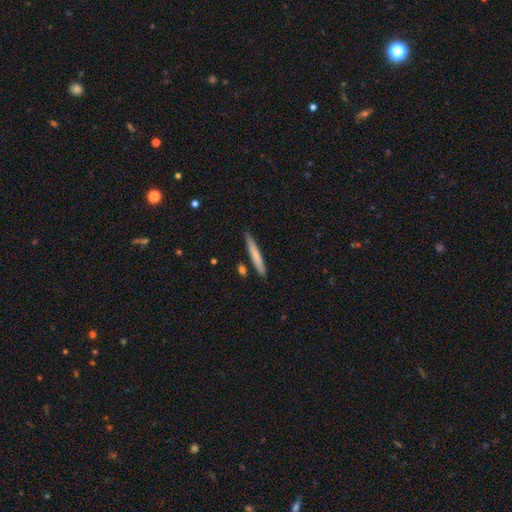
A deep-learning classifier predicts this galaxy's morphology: smooth 68%, featured or disk 26%, star or artifact 6%. Down the decision tree: how rounded — cigar-shaped (95%); merging — none (85%).